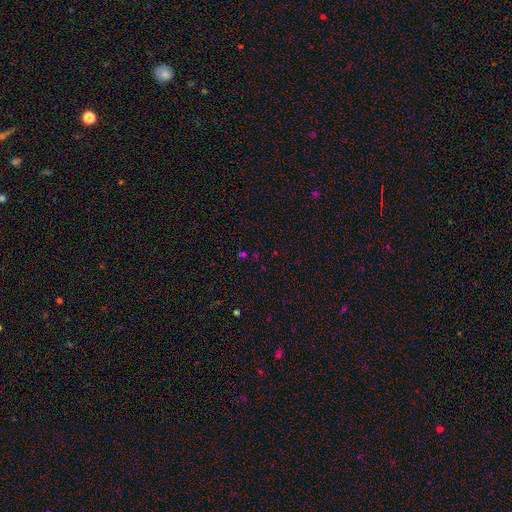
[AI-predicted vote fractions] Q: Smooth or featured?
A: star or artifact (56%); runner-up: smooth (37%)